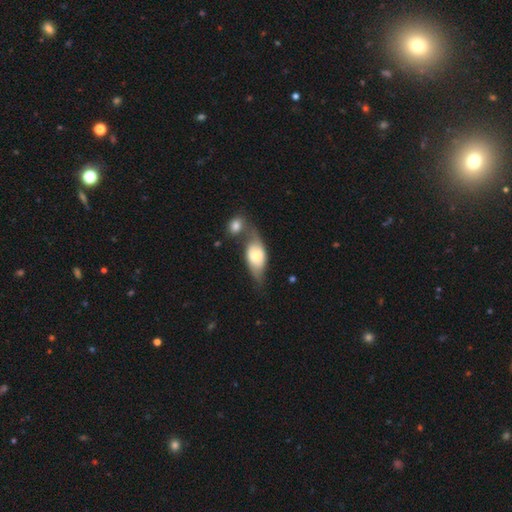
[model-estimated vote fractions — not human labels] Smooth or featured: smooth — 51% (featured or disk — 43%)
How rounded: in between — 83% (round — 9%)
Merging: merger — 43% (none — 29%)